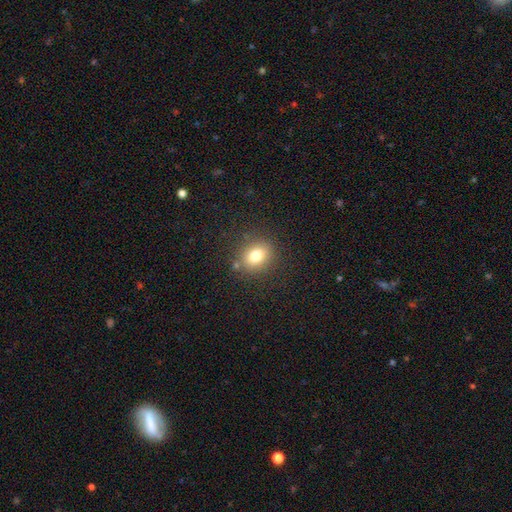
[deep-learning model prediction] The model was most divided on "how rounded": round: 56%, in between: 43%, cigar-shaped: 1%. More confident: merging — none (82%); smooth or featured — smooth (78%).